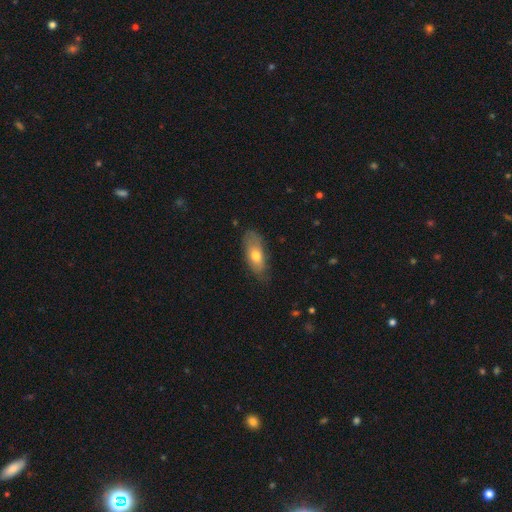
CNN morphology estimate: Smooth or featured? smooth (65%)
How rounded? in between (77%)
Merging? none (71%)